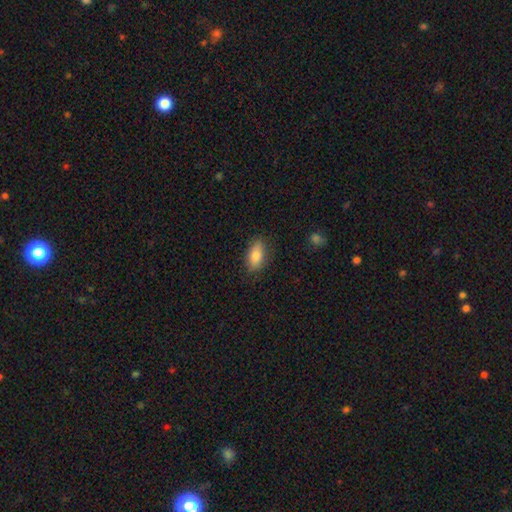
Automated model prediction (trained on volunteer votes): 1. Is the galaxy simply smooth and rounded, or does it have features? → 83% smooth, 10% featured or disk, 7% star or artifact.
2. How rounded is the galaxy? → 88% in between, 8% cigar-shaped, 5% round.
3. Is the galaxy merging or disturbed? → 82% none, 14% minor disturbance, 3% major disturbance, 1% merger.